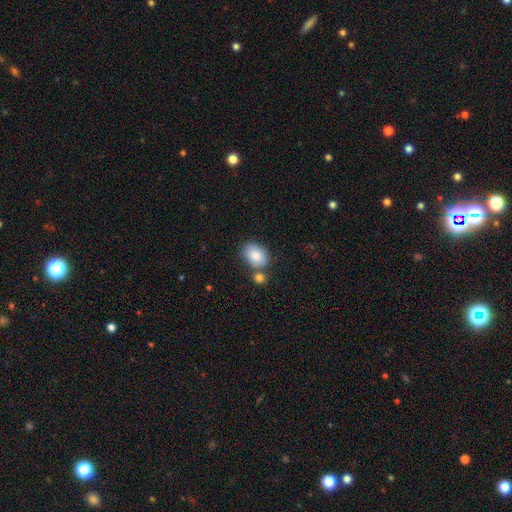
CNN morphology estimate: A smooth galaxy with no disk features (84%) that is in between round and cigar-shaped (79%).

Vote fractions:
- Smooth or featured? smooth: 84% / featured or disk: 9% / star or artifact: 7%
- How rounded? in between: 79% / round: 20% / cigar-shaped: 1%
- Merging? none: 62% / merger: 19% / minor disturbance: 15% / major disturbance: 4%